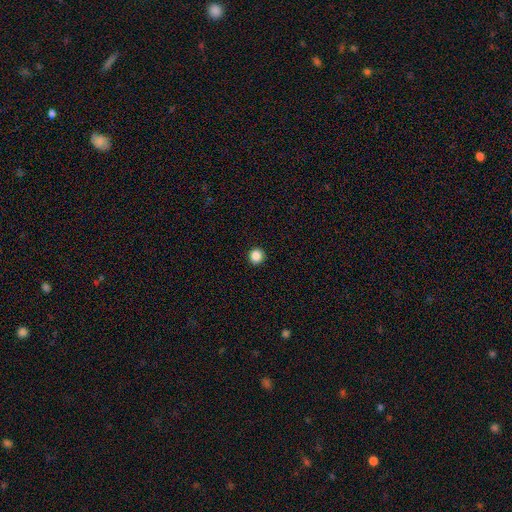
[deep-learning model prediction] Smooth or featured? smooth (87%)
How rounded? round (95%)
Merging? none (94%)